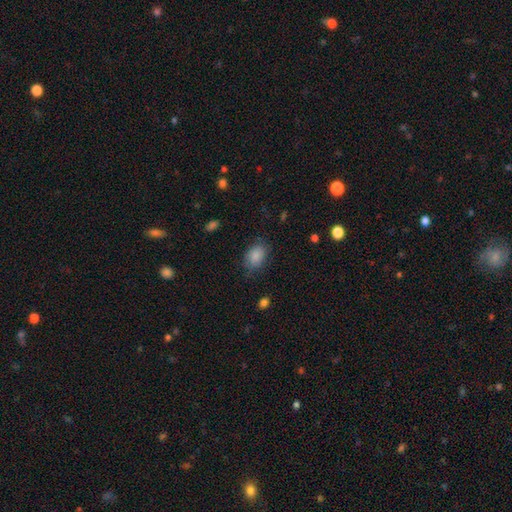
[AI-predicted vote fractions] Smooth or featured? smooth (86%)
How rounded? in between (78%)
Merging? none (74%)